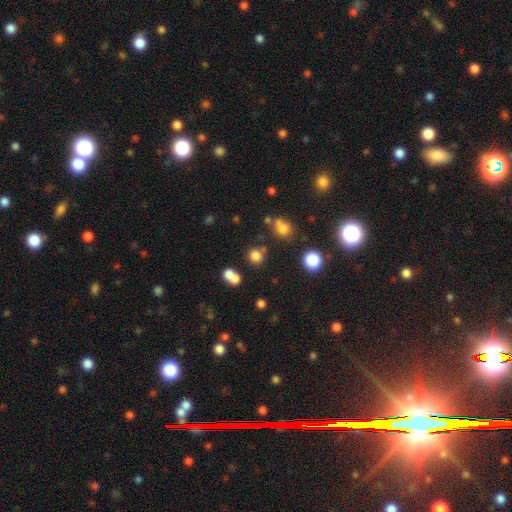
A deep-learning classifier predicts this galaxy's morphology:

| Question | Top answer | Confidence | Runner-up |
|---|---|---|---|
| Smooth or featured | smooth | 76% | star or artifact (16%) |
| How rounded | round | 87% | in between (12%) |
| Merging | none | 69% | merger (19%) |